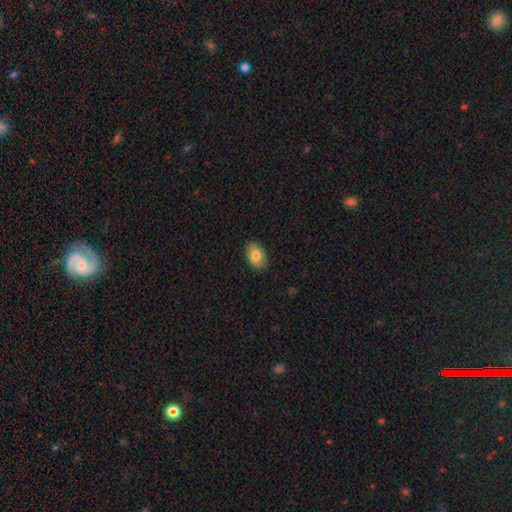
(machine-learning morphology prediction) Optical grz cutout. It shows a smooth galaxy with no disk features (82%) that is in between round and cigar-shaped (87%). Merging: none (88%).